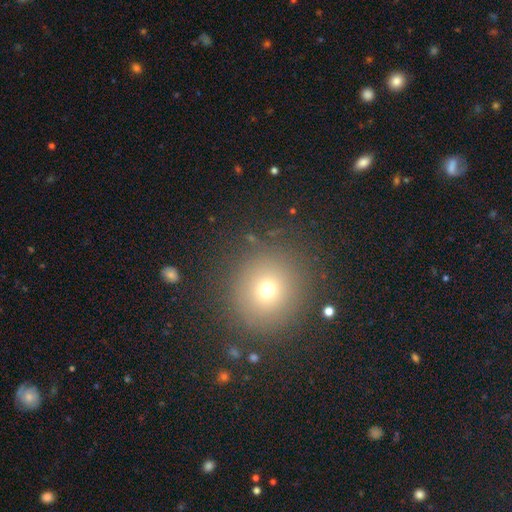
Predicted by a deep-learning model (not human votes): This is possibly a smooth galaxy (59%). How rounded: clearly round (92%). Merging: clearly none (91%).